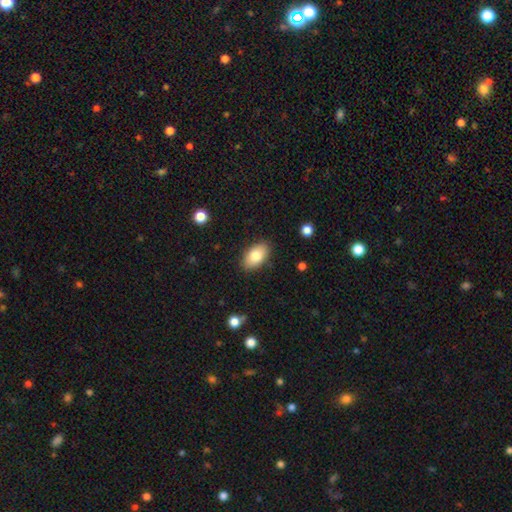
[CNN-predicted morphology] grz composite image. It shows a smooth galaxy with no disk features (80%) that is in between round and cigar-shaped (93%). Merging: none (87%).